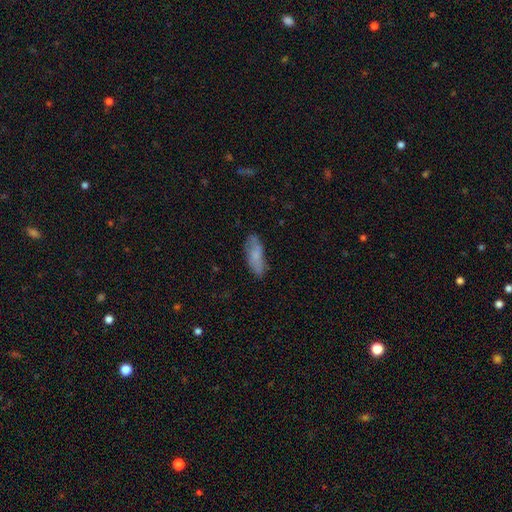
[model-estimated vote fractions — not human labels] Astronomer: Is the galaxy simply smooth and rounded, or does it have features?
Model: smooth — 67%.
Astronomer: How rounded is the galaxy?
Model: in between — 57% (runner-up: cigar-shaped, 41%).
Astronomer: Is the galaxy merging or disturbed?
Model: none — 77%.